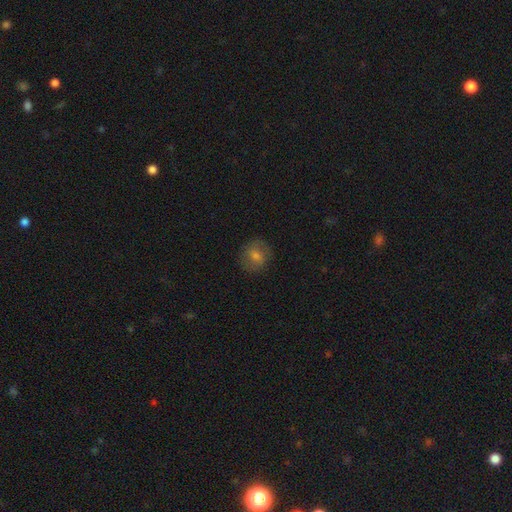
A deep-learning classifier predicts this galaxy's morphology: A smooth galaxy with no disk features (59%) that is round (77%). Merging: none (84%).